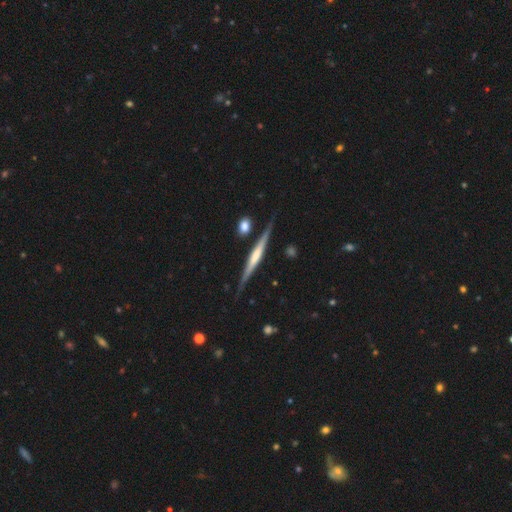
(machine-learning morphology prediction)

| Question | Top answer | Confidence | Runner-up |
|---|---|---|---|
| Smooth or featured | featured or disk | 70% | smooth (24%) |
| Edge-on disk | yes | 97% | no (3%) |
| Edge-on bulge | rounded | 42% | none (29%) |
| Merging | none | 82% | minor disturbance (12%) |